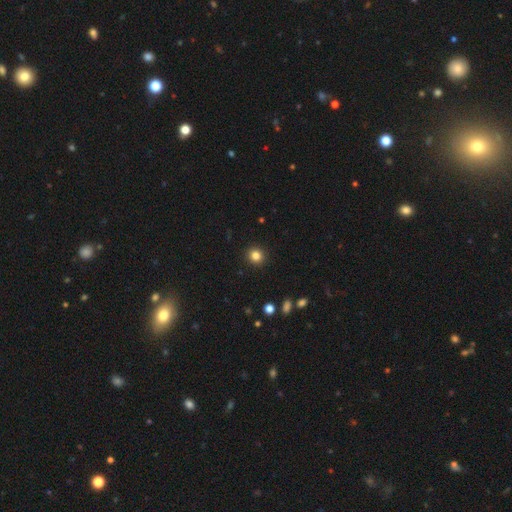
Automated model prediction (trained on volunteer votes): Smooth or featured? smooth (83%)
How rounded? round (90%)
Merging? none (92%)